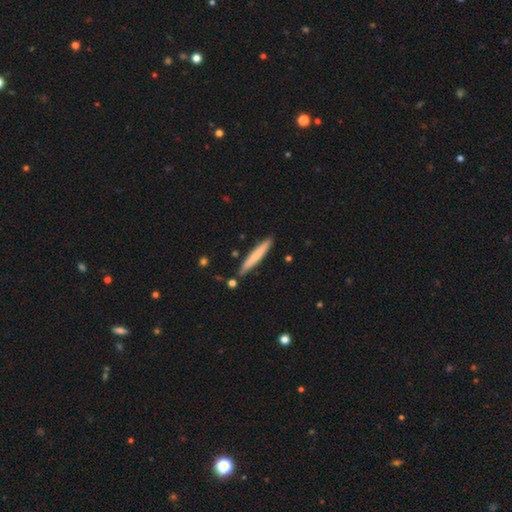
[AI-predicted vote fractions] Overall: smooth (71%). How rounded: cigar-shaped (95%). Merging: none (84%).